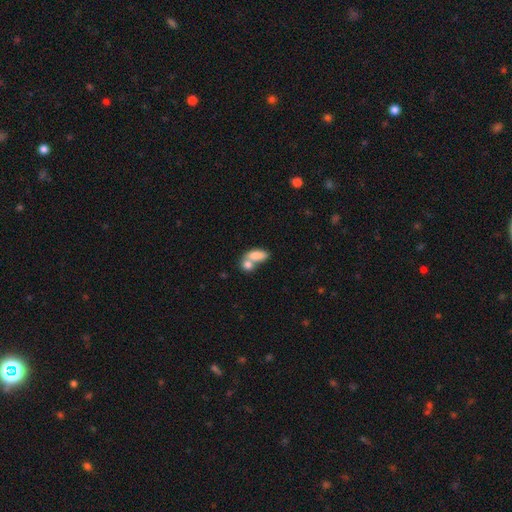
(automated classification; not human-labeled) This is likely a smooth galaxy (79%). How rounded: clearly in between (85%). Merging: likely merger (64%).